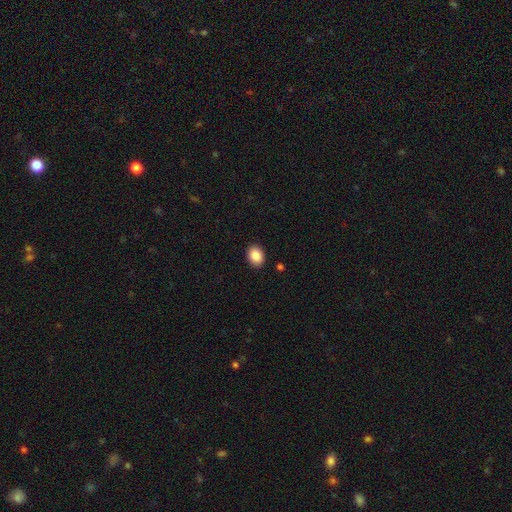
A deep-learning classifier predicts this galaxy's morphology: Smooth or featured: smooth — 88% (star or artifact — 8%)
How rounded: in between — 66% (round — 33%)
Merging: none — 90% (minor disturbance — 7%)